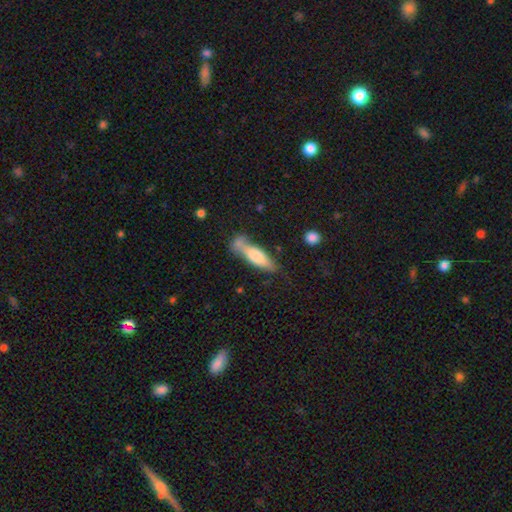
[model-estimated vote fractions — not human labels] smooth-or-featured: smooth: 67% | featured or disk: 27% | star or artifact: 6%
  how-rounded: cigar-shaped: 63% | in between: 34% | round: 2%
  merging: none: 52% | minor disturbance: 21% | merger: 20% | major disturbance: 8%